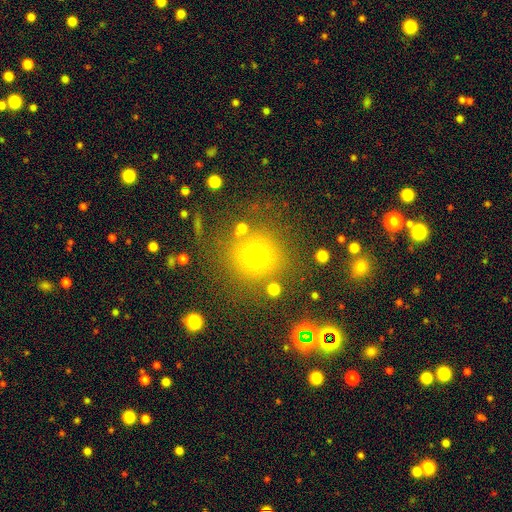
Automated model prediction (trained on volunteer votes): A smooth galaxy with no disk features (66%) that is round (93%).

Vote fractions:
- Smooth or featured? smooth: 66% / star or artifact: 24% / featured or disk: 10%
- How rounded? round: 93% / in between: 6% / cigar-shaped: 1%
- Merging? none: 81% / minor disturbance: 9% / major disturbance: 5% / merger: 5%